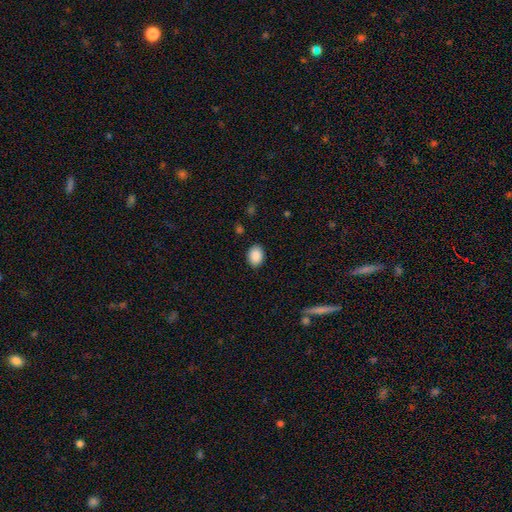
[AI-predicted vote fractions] Morphology: type=smooth (90%); roundness=in between (73%); merging=none (88%).